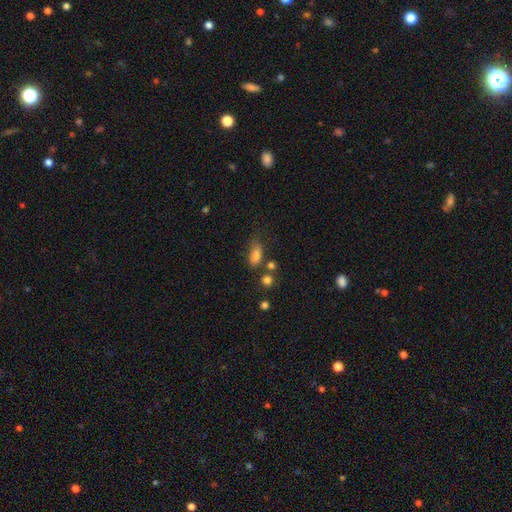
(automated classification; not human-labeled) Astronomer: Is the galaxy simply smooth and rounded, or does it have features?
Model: smooth — 79%.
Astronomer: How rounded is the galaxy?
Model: in between — 81%.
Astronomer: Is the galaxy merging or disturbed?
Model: none — 49% (runner-up: minor disturbance, 27%).